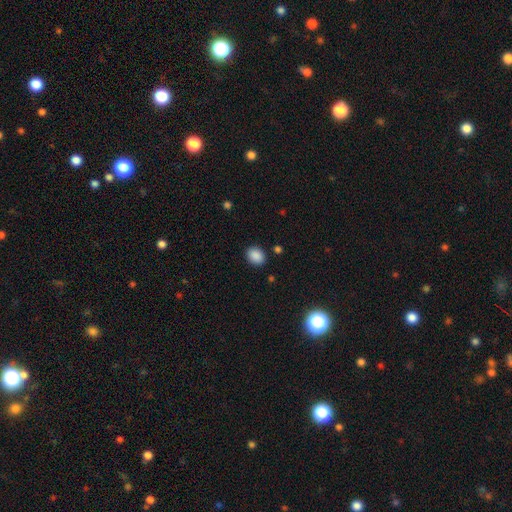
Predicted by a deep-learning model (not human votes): smooth 88%, star or artifact 9%, featured or disk 3%. Down the decision tree: how rounded — in between (53%); merging — none (87%).